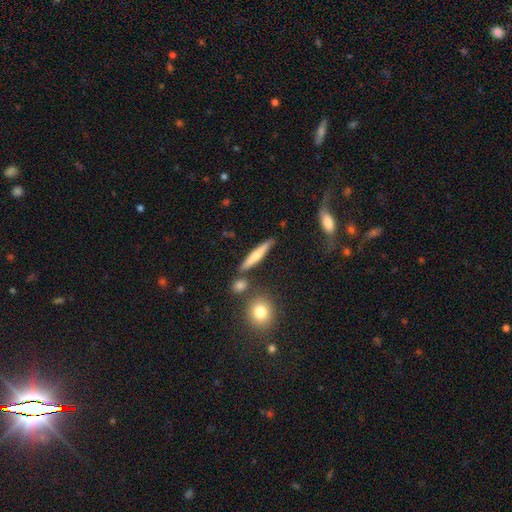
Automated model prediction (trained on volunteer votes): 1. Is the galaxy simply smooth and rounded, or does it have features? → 57% smooth, 36% featured or disk, 8% star or artifact.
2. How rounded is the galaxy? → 84% cigar-shaped, 12% in between, 4% round.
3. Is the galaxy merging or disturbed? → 80% none, 10% minor disturbance, 7% merger, 3% major disturbance.